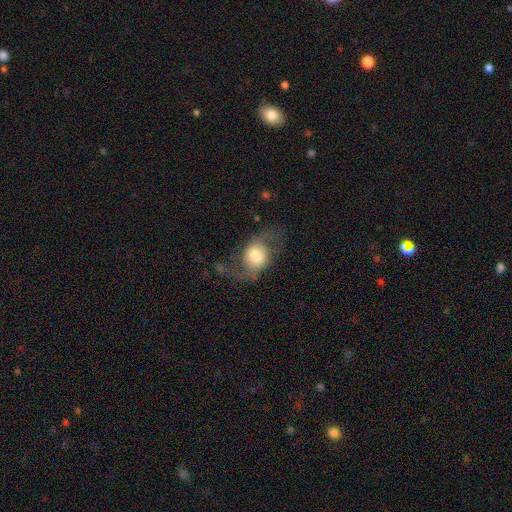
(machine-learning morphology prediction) Smooth or featured? featured or disk (60%)
Edge-on disk? no (93%)
Bar? no (67%)
Spiral arms? yes (84%)
Bulge size? moderate (42%)
Merging? none (55%)